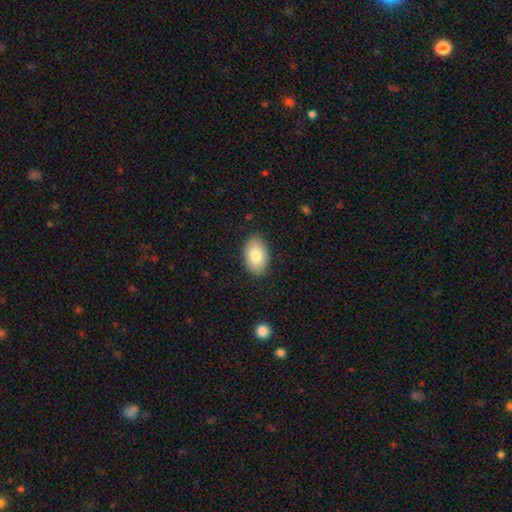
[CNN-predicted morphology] Smooth or featured? smooth (80%)
How rounded? in between (91%)
Merging? none (87%)